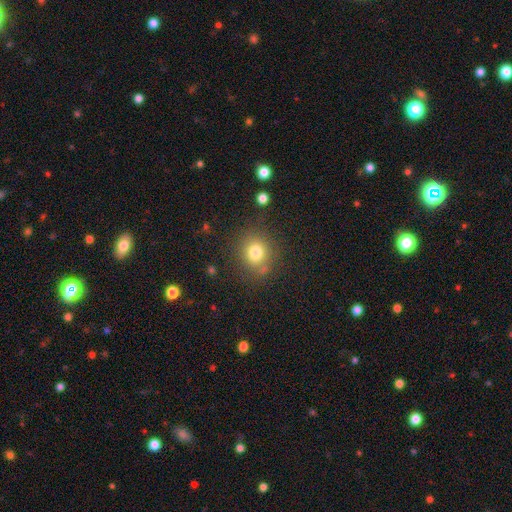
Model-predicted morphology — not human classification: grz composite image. It shows a smooth galaxy with no disk features (77%) that is round (81%). Merging: none (79%).